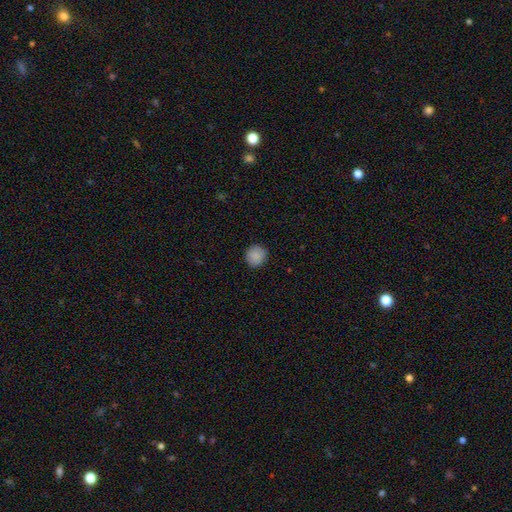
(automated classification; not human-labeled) This is clearly a smooth galaxy (89%). How rounded: clearly round (91%). Merging: clearly none (90%).